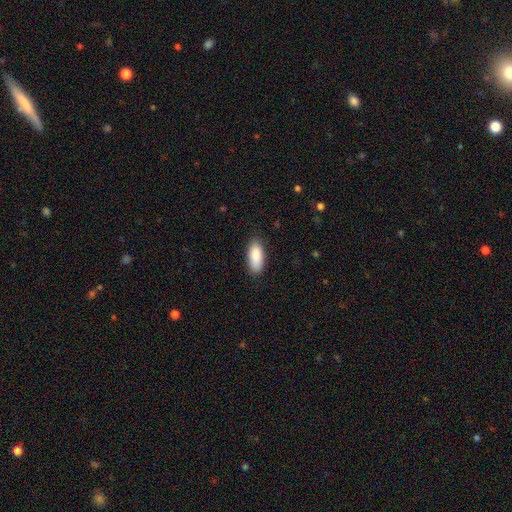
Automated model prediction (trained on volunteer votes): Morphology: type=smooth (89%); roundness=in between (85%); merging=none (85%).